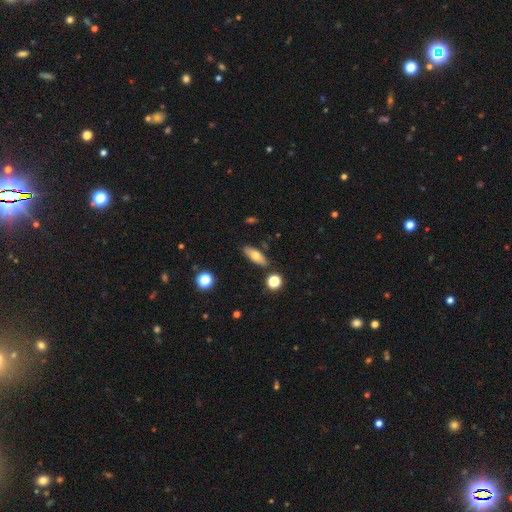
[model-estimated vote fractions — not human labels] Q: Smooth or featured?
A: smooth (67%); runner-up: featured or disk (25%)
Q: How rounded?
A: in between (66%); runner-up: cigar-shaped (30%)
Q: Merging?
A: none (83%); runner-up: minor disturbance (11%)